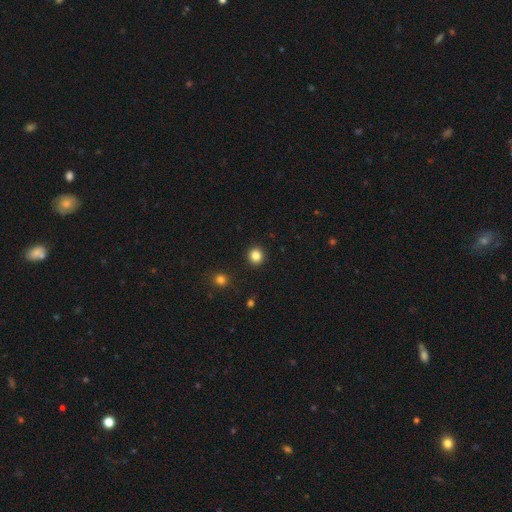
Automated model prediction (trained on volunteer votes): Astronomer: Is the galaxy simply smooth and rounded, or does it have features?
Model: smooth — 85%.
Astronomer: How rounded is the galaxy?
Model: round — 90%.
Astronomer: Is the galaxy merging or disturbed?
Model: none — 93%.